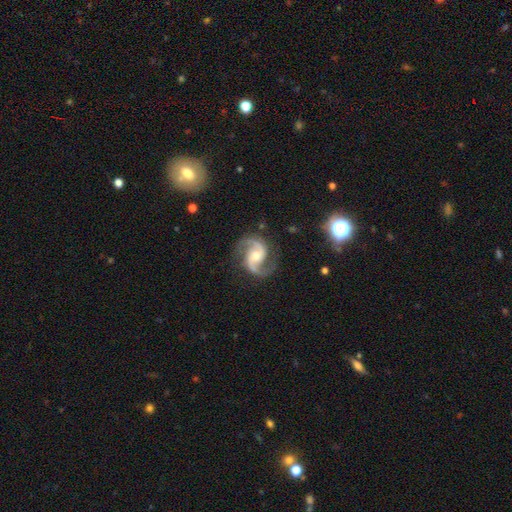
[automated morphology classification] Q: Smooth or featured?
A: featured or disk (92%); runner-up: star or artifact (4%)
Q: Edge-on disk?
A: no (98%); runner-up: yes (2%)
Q: Bar?
A: no (51%); runner-up: weak (37%)
Q: Spiral arms?
A: yes (98%); runner-up: no (2%)
Q: Spiral winding?
A: medium (60%); runner-up: loose (27%)
Q: Spiral arm count?
A: 2 (94%); runner-up: 3 (2%)
Q: Bulge size?
A: moderate (61%); runner-up: small (31%)
Q: Merging?
A: none (80%); runner-up: minor disturbance (14%)